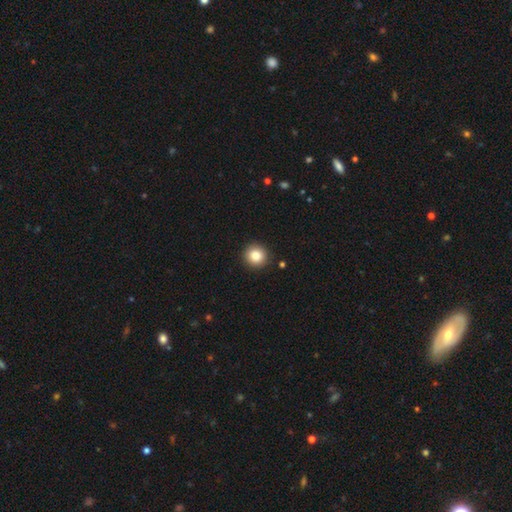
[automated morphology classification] The model was most divided on "smooth or featured": smooth: 86%, star or artifact: 9%, featured or disk: 5%. More confident: how rounded — round (93%); merging — none (91%).